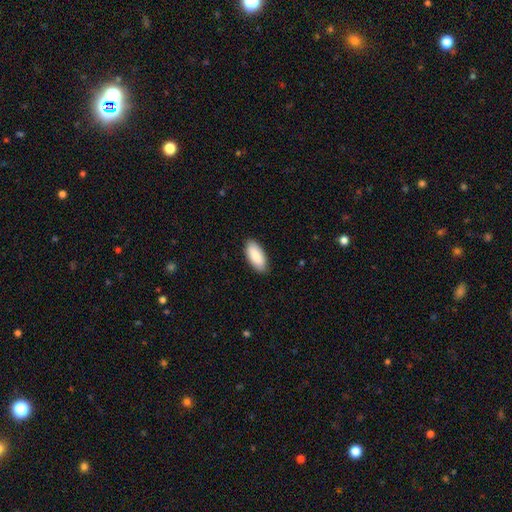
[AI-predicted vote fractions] smooth_or_featured: smooth (p=0.86) [alt: featured or disk p=0.08]
how_rounded: in between (p=0.90) [alt: cigar-shaped p=0.08]
merging: none (p=0.87) [alt: minor disturbance p=0.10]